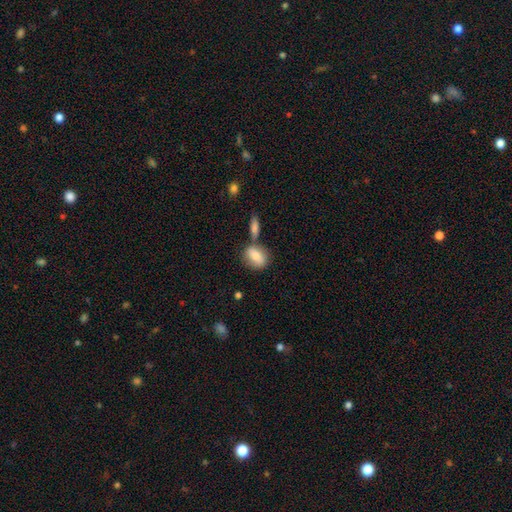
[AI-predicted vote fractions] Smooth or featured: smooth — 80% (featured or disk — 13%)
How rounded: in between — 69% (round — 28%)
Merging: none — 56% (merger — 26%)